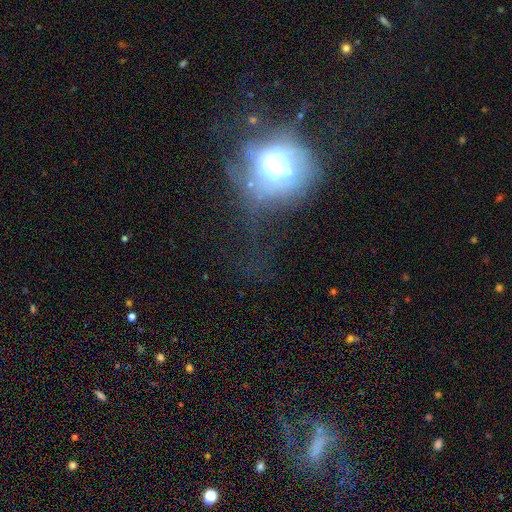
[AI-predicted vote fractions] The model was most divided on "merging": none: 39%, major disturbance: 36%, minor disturbance: 17%, merger: 8%. Remaining: smooth or featured — featured or disk (41%).